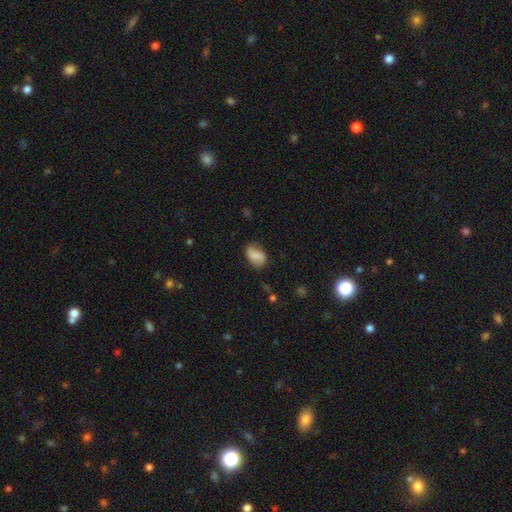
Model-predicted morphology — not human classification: Smooth or featured: smooth — 56% (featured or disk — 36%)
How rounded: in between — 83% (round — 15%)
Merging: none — 69% (minor disturbance — 22%)